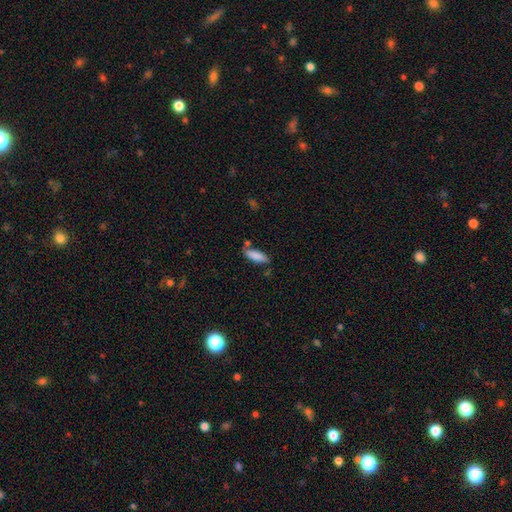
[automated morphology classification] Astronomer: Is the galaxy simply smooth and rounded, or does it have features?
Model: smooth — 86%.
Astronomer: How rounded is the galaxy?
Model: in between — 64%.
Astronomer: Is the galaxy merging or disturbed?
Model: none — 71%.